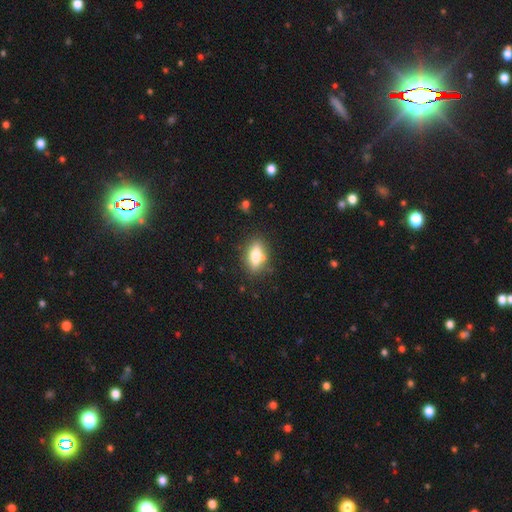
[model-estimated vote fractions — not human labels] Smooth or featured? smooth (67%)
How rounded? in between (78%)
Merging? none (78%)